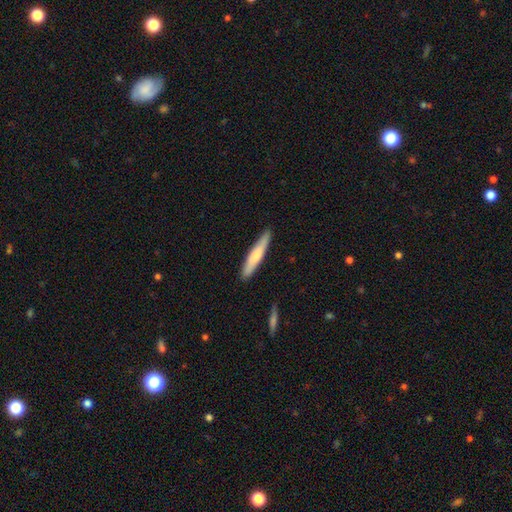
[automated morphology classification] Overall: smooth (68%). How rounded: cigar-shaped (91%). Merging: none (89%).